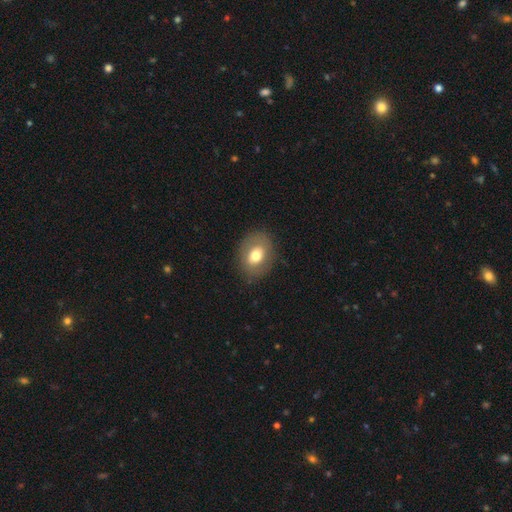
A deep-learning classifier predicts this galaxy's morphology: Smooth or featured: smooth — 68% (featured or disk — 24%)
How rounded: in between — 63% (round — 36%)
Merging: none — 83% (minor disturbance — 12%)